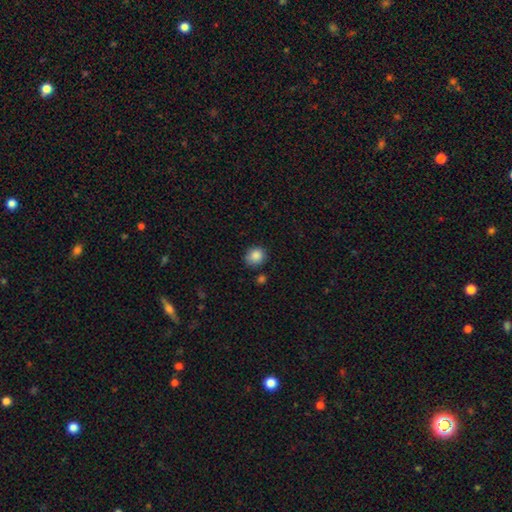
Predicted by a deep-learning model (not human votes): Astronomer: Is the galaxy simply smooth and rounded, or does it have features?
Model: smooth — 87%.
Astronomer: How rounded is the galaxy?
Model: round — 82%.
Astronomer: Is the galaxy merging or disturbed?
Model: none — 77%.